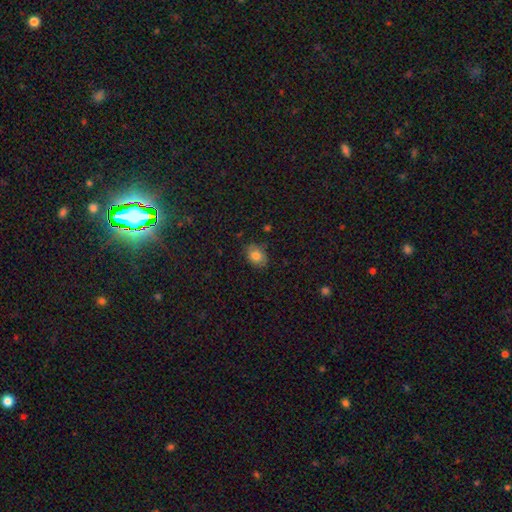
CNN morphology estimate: Smooth or featured: smooth — 82% (star or artifact — 9%)
How rounded: in between — 67% (round — 32%)
Merging: none — 78% (minor disturbance — 18%)